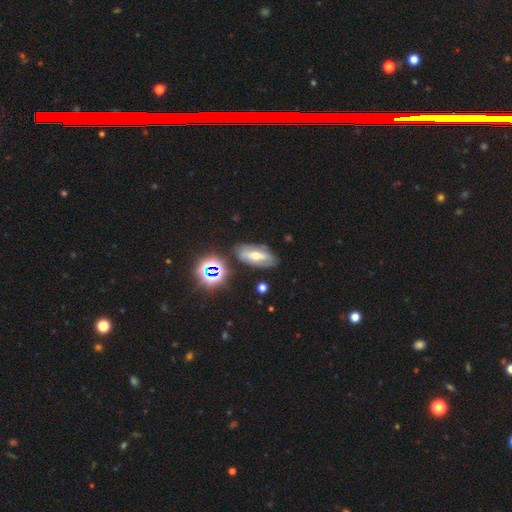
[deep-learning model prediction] featured or disk 50%, smooth 30%, star or artifact 20%. Down the decision tree: edge-on disk — no (76%); merging — none (78%).